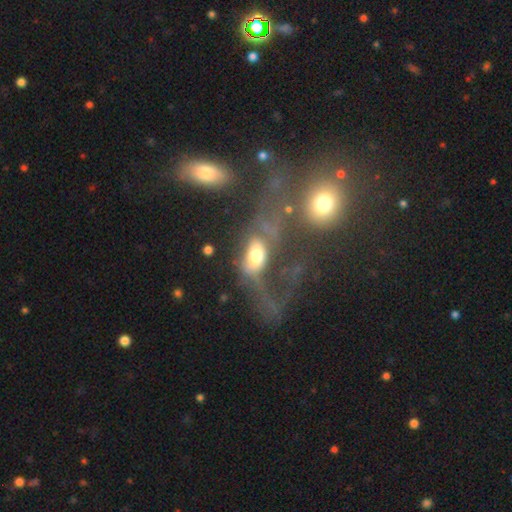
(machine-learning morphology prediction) A smooth galaxy with no disk features (47%).

Vote fractions:
- Smooth or featured? smooth: 47% / featured or disk: 41% / star or artifact: 13%
- Merging? major disturbance: 49% / none: 19% / merger: 19% / minor disturbance: 13%